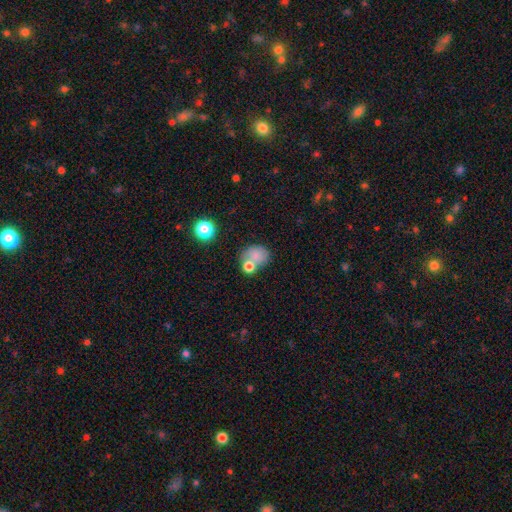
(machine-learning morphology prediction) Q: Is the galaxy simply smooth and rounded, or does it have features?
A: smooth — 77%.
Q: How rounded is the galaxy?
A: round — 59%.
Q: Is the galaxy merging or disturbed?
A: none — 49%.